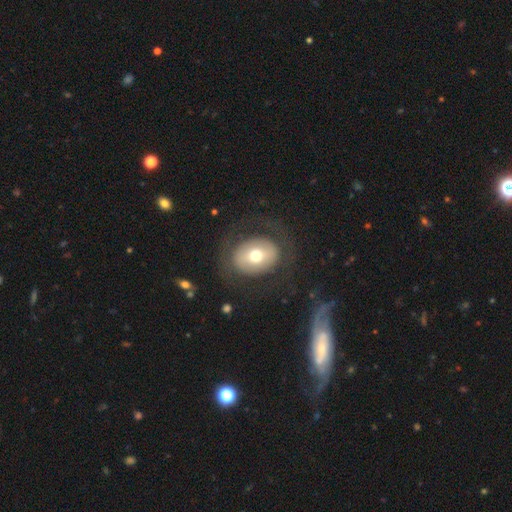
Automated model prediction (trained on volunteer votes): smooth 54%, featured or disk 38%, star or artifact 8%. Down the decision tree: how rounded — in between (53%); merging — none (75%).